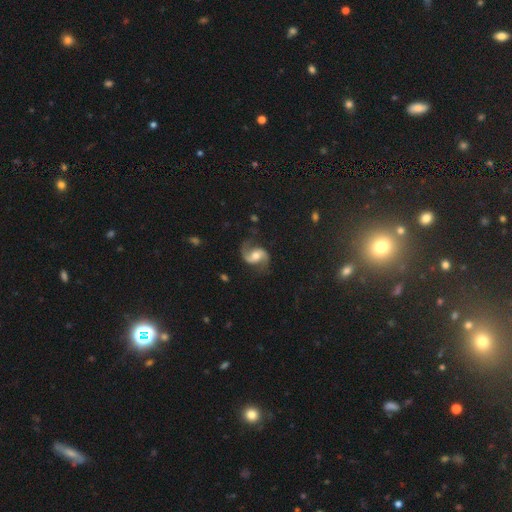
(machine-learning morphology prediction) smooth-or-featured: featured or disk: 87% | smooth: 7% | star or artifact: 6%
  disk-edge-on: no: 98% | yes: 2%
    bar: no: 43% | weak: 39% | strong: 17%
    has-spiral-arms: yes: 97% | no: 3%
      spiral-winding: loose: 49% | medium: 42% | tight: 9%
      spiral-arm-count: 2: 94% | can't tell: 2% | 1: 2% | 3: 1% | 4: 1% | more than 4: 1%
    bulge-size: moderate: 66% | small: 22% | large: 9% | none: 2% | dominant: 1%
  merging: none: 78% | minor disturbance: 14% | major disturbance: 7% | merger: 1%